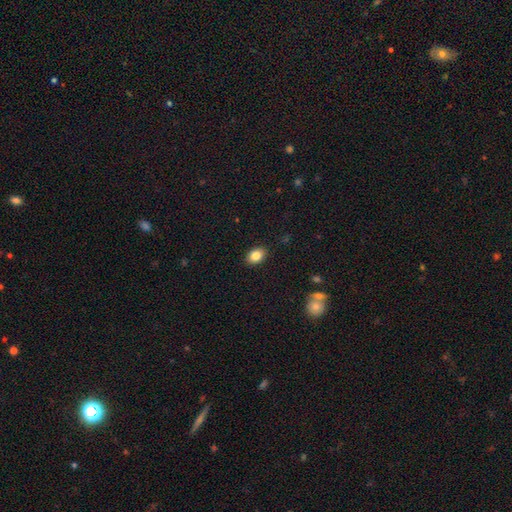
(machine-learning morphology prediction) smooth-or-featured: smooth: 84% | star or artifact: 9% | featured or disk: 7%
  how-rounded: in between: 79% | round: 20% | cigar-shaped: 1%
  merging: none: 89% | minor disturbance: 8% | major disturbance: 2% | merger: 1%